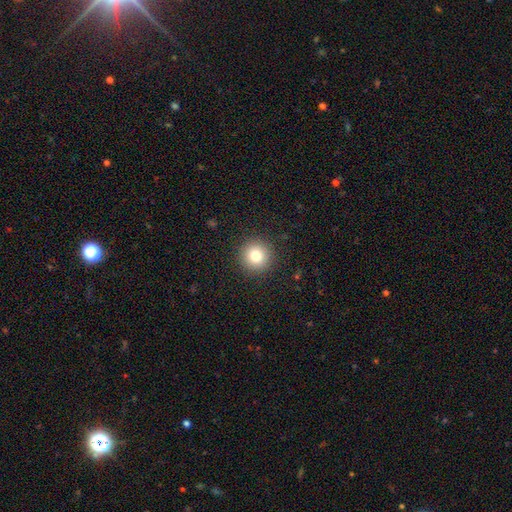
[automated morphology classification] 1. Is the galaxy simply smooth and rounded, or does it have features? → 81% smooth, 11% star or artifact, 8% featured or disk.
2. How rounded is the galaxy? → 95% round, 4% in between, 1% cigar-shaped.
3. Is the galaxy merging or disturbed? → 92% none, 5% minor disturbance, 2% major disturbance, 1% merger.